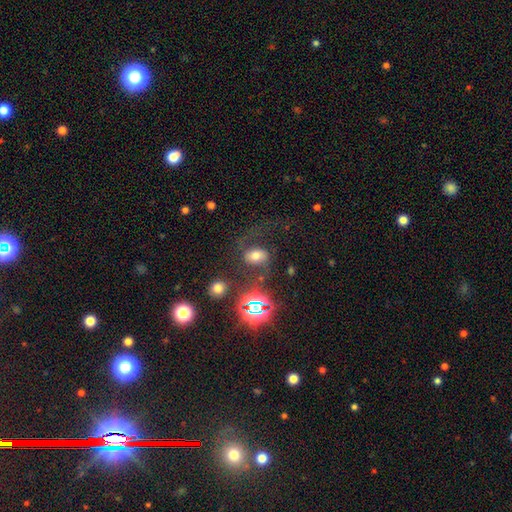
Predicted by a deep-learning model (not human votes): The model was most divided on "smooth or featured": smooth: 50%, featured or disk: 27%, star or artifact: 23%. More confident: merging — none (55%).